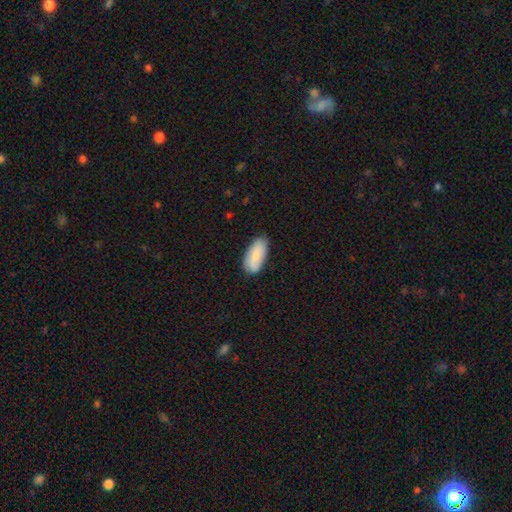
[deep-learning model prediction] A smooth galaxy with no disk features (80%) that is in between round and cigar-shaped (91%).

Vote fractions:
- Smooth or featured? smooth: 80% / featured or disk: 14% / star or artifact: 6%
- How rounded? in between: 91% / cigar-shaped: 6% / round: 2%
- Merging? none: 79% / minor disturbance: 17% / major disturbance: 3% / merger: 1%